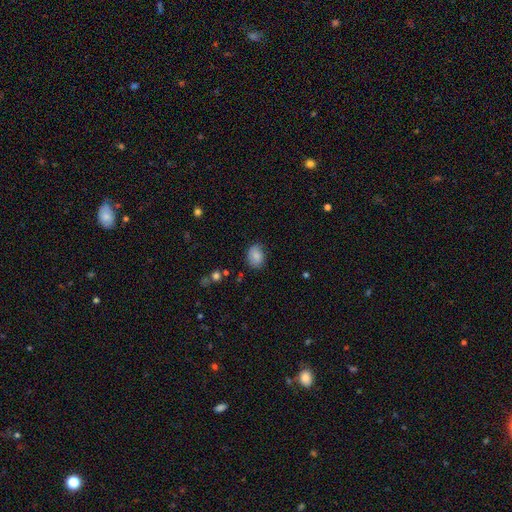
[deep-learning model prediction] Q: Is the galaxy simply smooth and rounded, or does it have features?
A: smooth — 84%.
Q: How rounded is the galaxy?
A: in between — 65%.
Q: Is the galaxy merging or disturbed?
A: none — 75%.